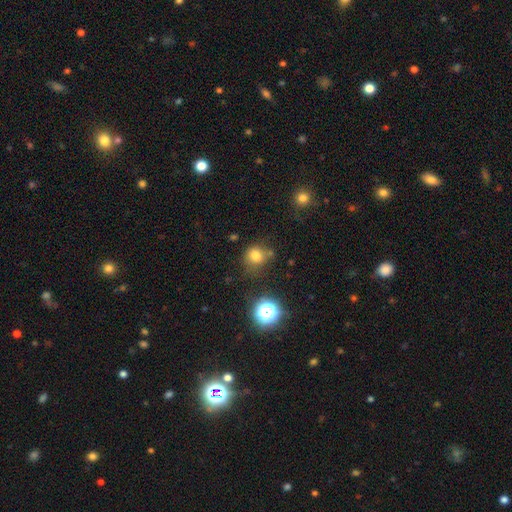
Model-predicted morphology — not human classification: Smooth or featured? Predicted: smooth (p=0.76). How rounded? Predicted: round (p=0.82). Merging? Predicted: none (p=0.65).